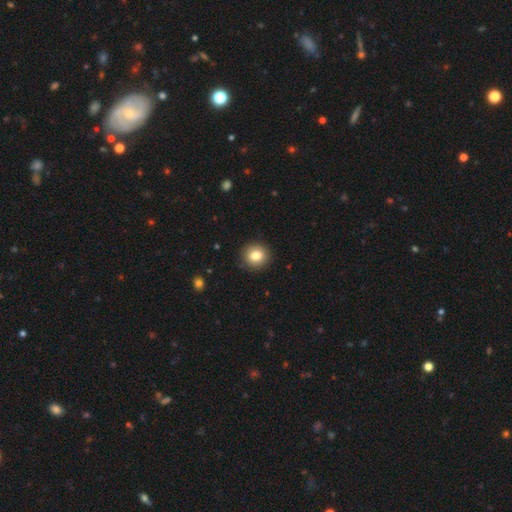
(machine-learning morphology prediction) Smooth or featured? Predicted: smooth (p=0.81). How rounded? Predicted: round (p=0.89). Merging? Predicted: none (p=0.91).